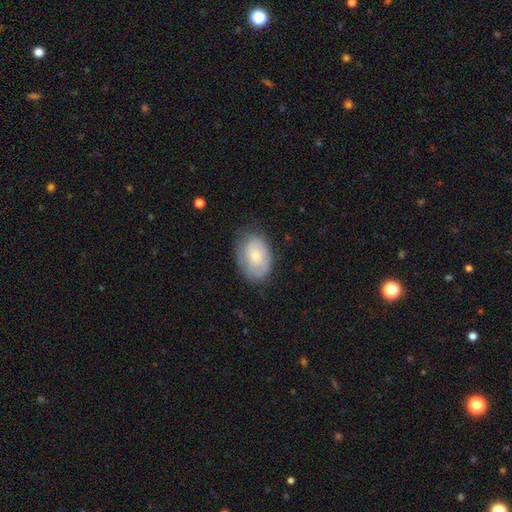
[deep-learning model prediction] Smooth or featured: smooth — 60% (featured or disk — 32%)
How rounded: in between — 83% (round — 16%)
Merging: none — 67% (minor disturbance — 24%)